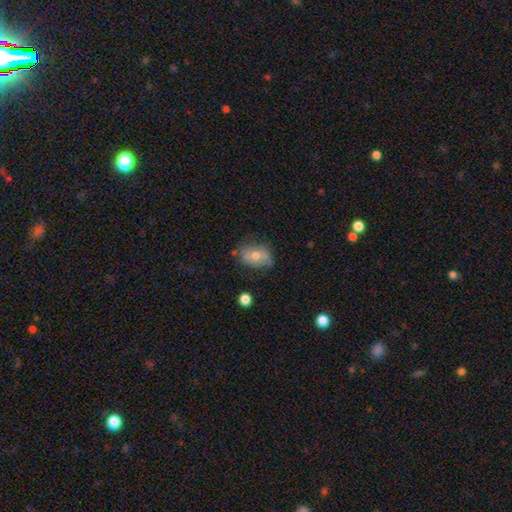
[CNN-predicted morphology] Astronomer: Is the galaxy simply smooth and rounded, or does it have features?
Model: smooth — 52% (runner-up: featured or disk, 39%).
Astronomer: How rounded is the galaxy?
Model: in between — 68%.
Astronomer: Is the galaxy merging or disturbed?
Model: none — 60%.